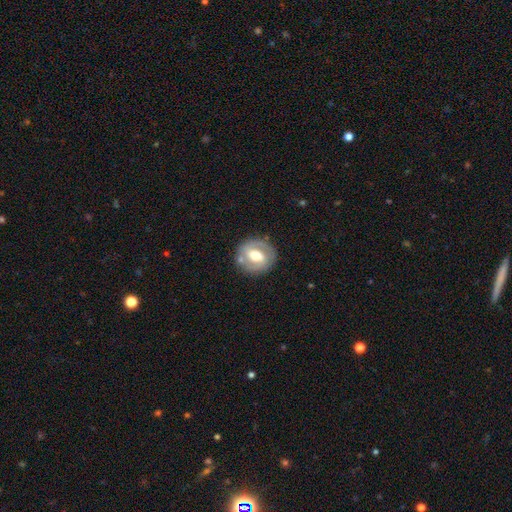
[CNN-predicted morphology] Smooth or featured? Predicted: featured or disk (p=0.62). Edge-on disk? Predicted: no (p=0.96). Bar? Predicted: weak (p=0.43). Spiral arms? Predicted: yes (p=0.63). Bulge size? Predicted: moderate (p=0.68). Merging? Predicted: none (p=0.77).